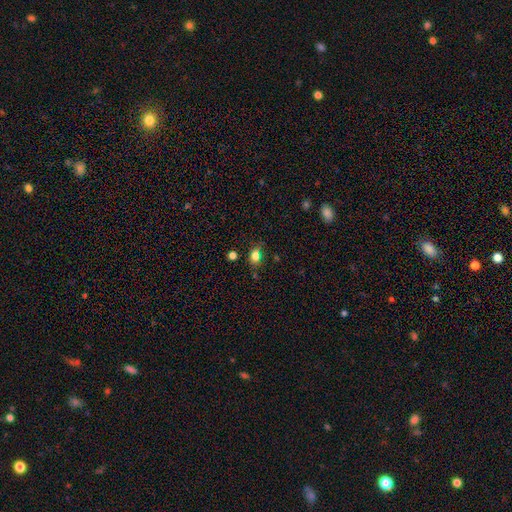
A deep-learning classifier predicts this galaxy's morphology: smooth 78%, star or artifact 15%, featured or disk 7%. Down the decision tree: how rounded — in between (67%); merging — none (69%).